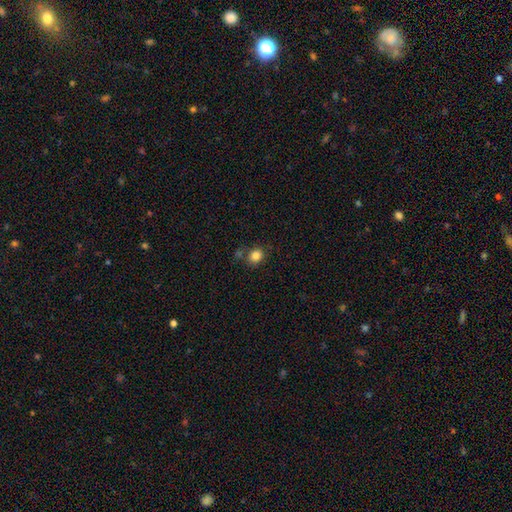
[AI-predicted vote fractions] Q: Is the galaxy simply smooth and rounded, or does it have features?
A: smooth — 84%.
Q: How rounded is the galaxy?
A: round — 68%.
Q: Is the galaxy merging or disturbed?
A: none — 72%.